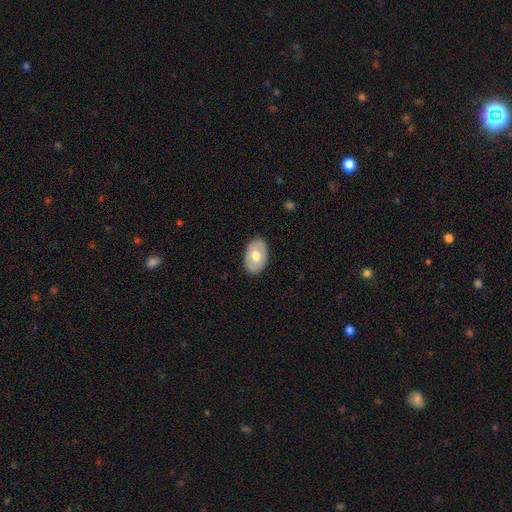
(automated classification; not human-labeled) smooth 61%, featured or disk 33%, star or artifact 6%. Down the decision tree: how rounded — in between (89%); merging — none (86%).